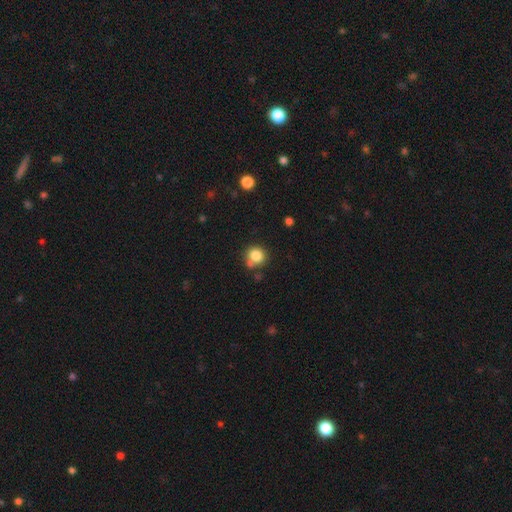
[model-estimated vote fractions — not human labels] Smooth or featured: smooth — 83% (star or artifact — 11%)
How rounded: round — 88% (in between — 11%)
Merging: none — 66% (minor disturbance — 17%)